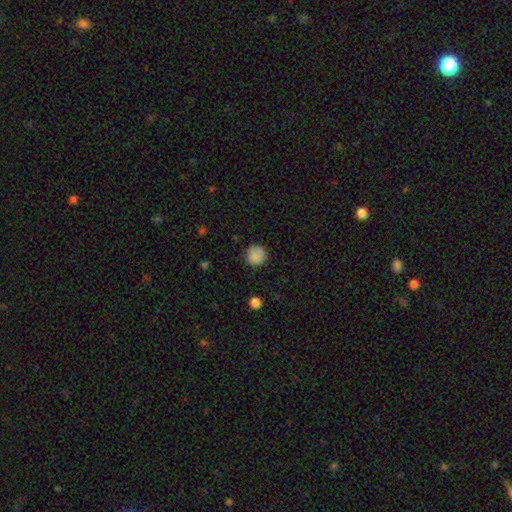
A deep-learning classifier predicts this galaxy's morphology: smooth-or-featured: smooth: 86% | star or artifact: 9% | featured or disk: 4%
  how-rounded: round: 94% | in between: 5% | cigar-shaped: 1%
  merging: none: 86% | minor disturbance: 10% | major disturbance: 2% | merger: 1%